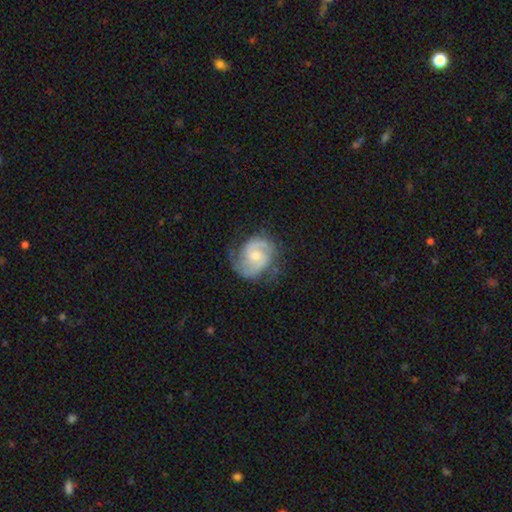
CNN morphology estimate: Smooth or featured: featured or disk — 84% (smooth — 11%)
Edge-on disk: no — 98% (yes — 2%)
Bar: no — 54% (weak — 41%)
Spiral arms: yes — 96% (no — 4%)
Spiral winding: medium — 51% (tight — 34%)
Spiral arm count: 2 — 86% (can't tell — 6%)
Bulge size: moderate — 46% (small — 45%)
Merging: none — 70% (minor disturbance — 20%)